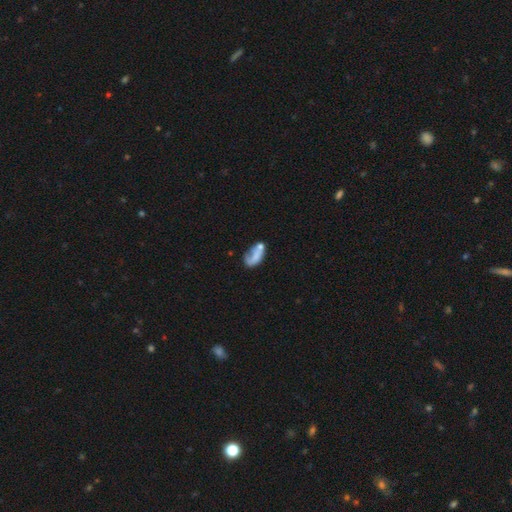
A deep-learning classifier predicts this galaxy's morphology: Smooth or featured: smooth — 56% (featured or disk — 34%)
How rounded: in between — 89% (round — 6%)
Merging: none — 30% (major disturbance — 24%)